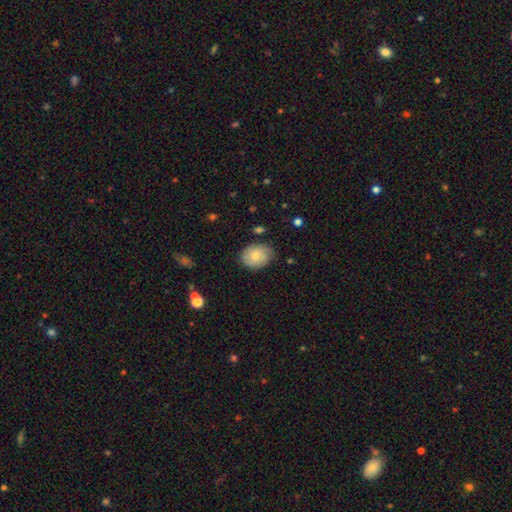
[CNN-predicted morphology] A smooth galaxy with no disk features (64%) that is in between round and cigar-shaped (61%). Merging: none (74%).